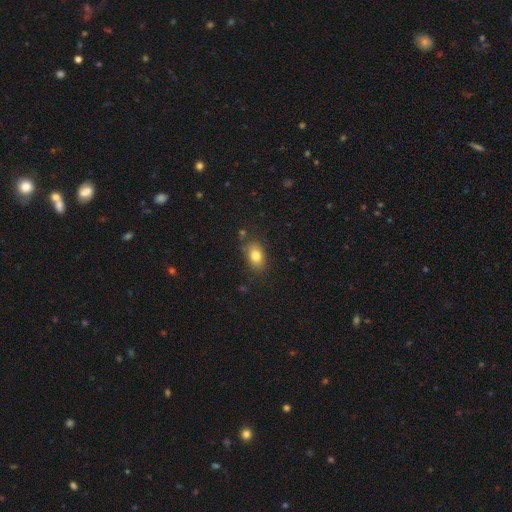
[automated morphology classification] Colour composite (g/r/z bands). It shows a smooth galaxy with no disk features (80%) that is in between round and cigar-shaped (80%). Merging: none (81%).